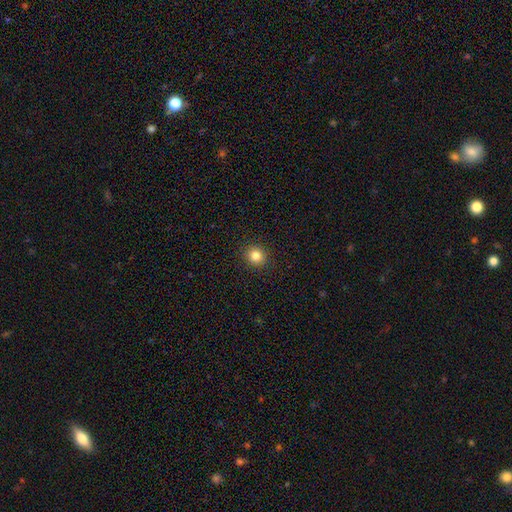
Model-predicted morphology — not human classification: Smooth or featured?
  - smooth: 83% *
  - star or artifact: 12%
  - featured or disk: 5%
How rounded?
  - round: 90% *
  - in between: 9%
  - cigar-shaped: 1%
Merging?
  - none: 92% *
  - minor disturbance: 5%
  - major disturbance: 2%
  - merger: 1%